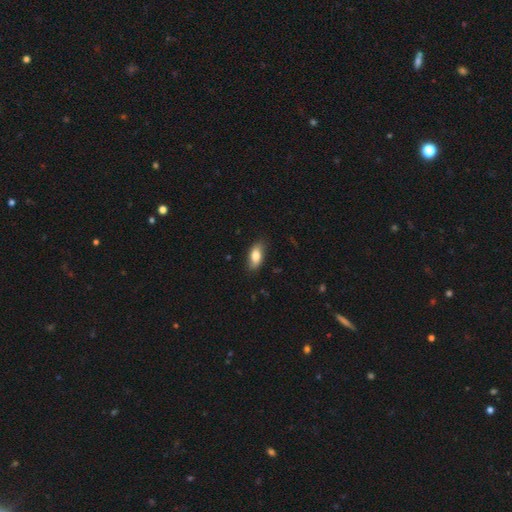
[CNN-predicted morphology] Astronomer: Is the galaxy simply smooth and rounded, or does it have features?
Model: smooth — 78%.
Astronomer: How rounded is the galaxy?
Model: in between — 87%.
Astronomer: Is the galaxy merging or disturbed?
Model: none — 81%.